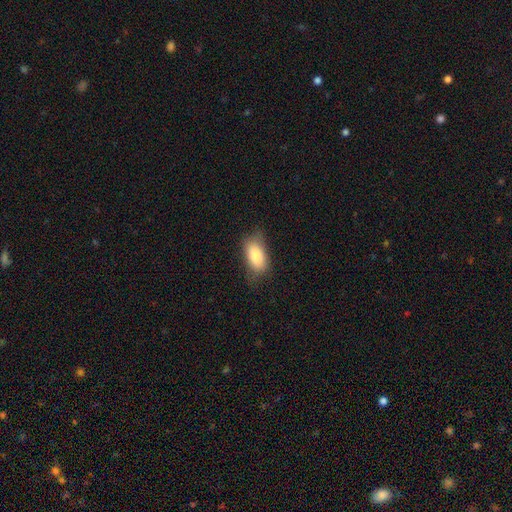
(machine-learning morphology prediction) A smooth galaxy with no disk features (85%) that is in between round and cigar-shaped (91%). Merging: none (67%).